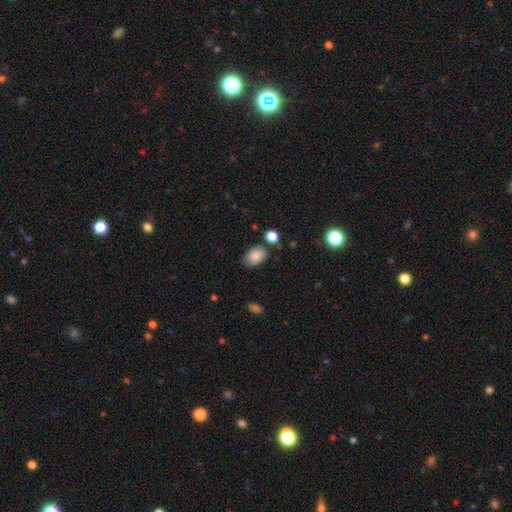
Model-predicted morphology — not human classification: This is clearly a smooth galaxy (84%). How rounded: clearly in between (86%). Merging: likely none (71%).